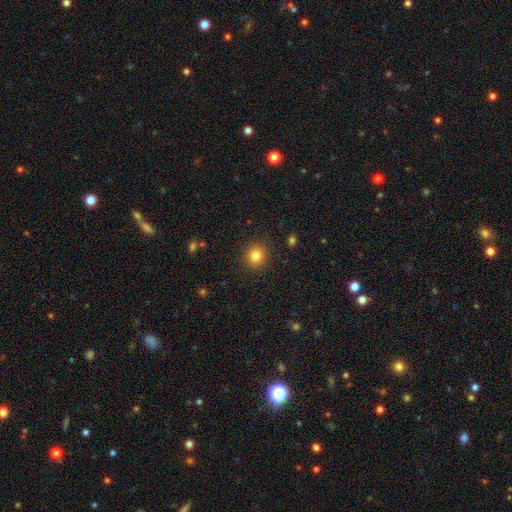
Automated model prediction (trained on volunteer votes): A smooth galaxy with no disk features (82%) that is round (85%). Merging: none (90%).